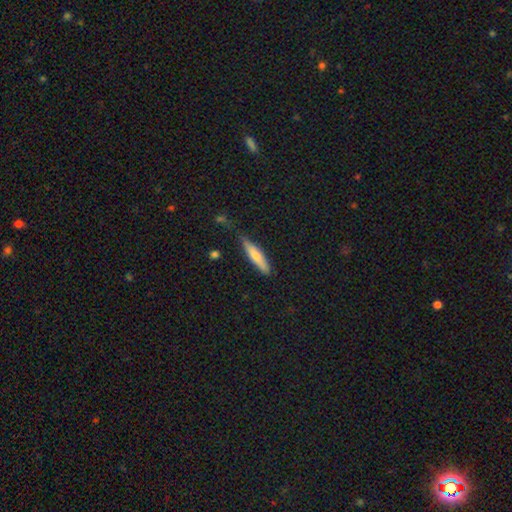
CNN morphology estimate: smooth_or_featured: smooth (p=0.59) [alt: featured or disk p=0.34]
how_rounded: cigar-shaped (p=0.84) [alt: in between p=0.15]
merging: none (p=0.74) [alt: minor disturbance p=0.20]